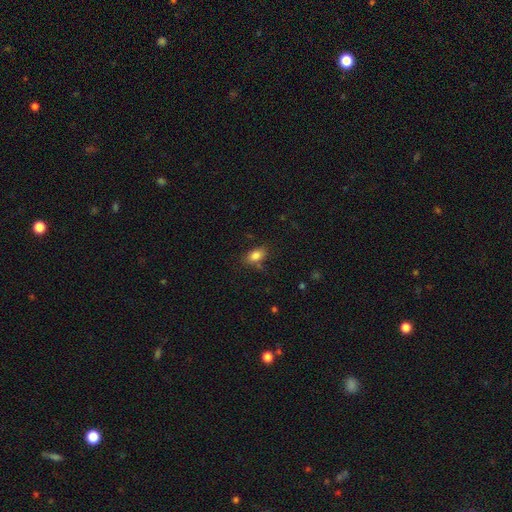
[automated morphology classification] Smooth or featured: smooth — 83% (star or artifact — 9%)
How rounded: in between — 87% (round — 10%)
Merging: none — 76% (minor disturbance — 16%)